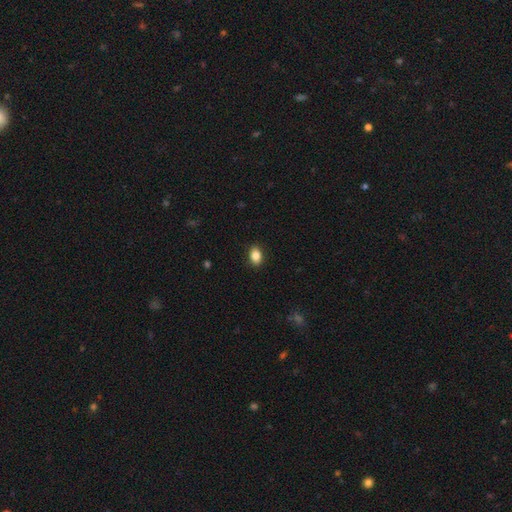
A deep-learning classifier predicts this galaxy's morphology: type=smooth (86%); roundness=in between (81%); merging=none (89%).